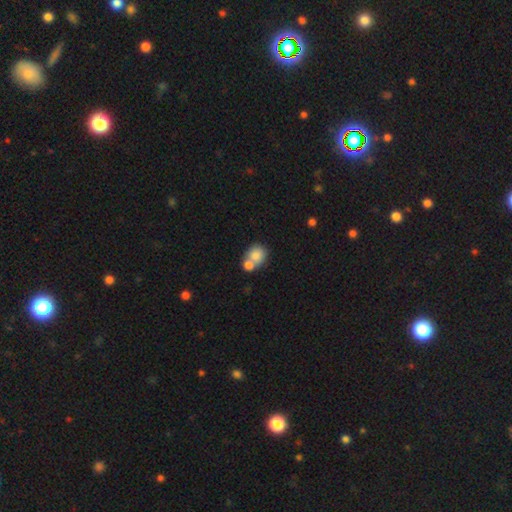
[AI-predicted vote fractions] Morphology: type=smooth (80%); roundness=round (71%); merging=merger (56%).